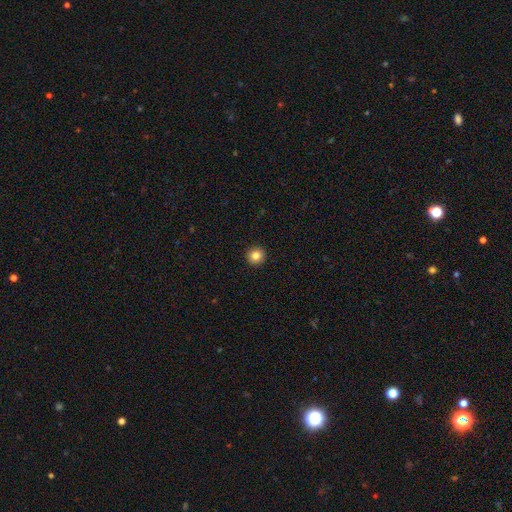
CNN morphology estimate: Q: Smooth or featured?
A: smooth (83%); runner-up: star or artifact (10%)
Q: How rounded?
A: round (95%); runner-up: in between (4%)
Q: Merging?
A: none (94%); runner-up: minor disturbance (4%)